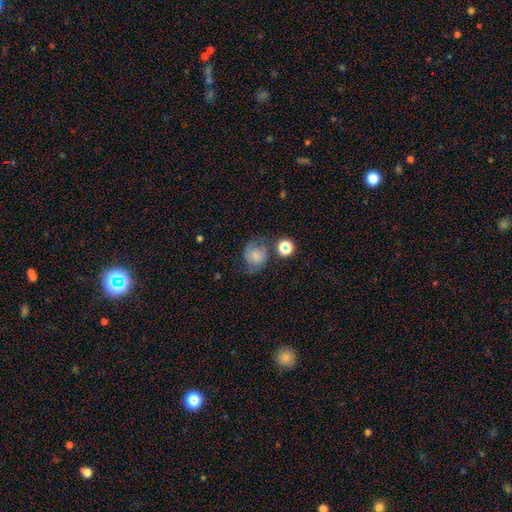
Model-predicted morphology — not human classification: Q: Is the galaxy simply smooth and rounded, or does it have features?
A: smooth — 59%.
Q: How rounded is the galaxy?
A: round — 75%.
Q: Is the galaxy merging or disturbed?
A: none — 52%.